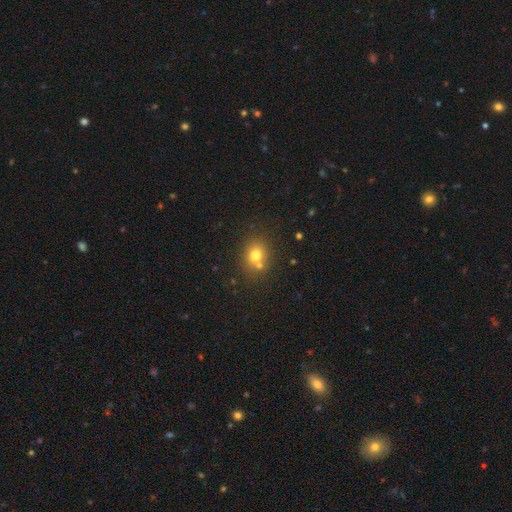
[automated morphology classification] type=smooth (74%); roundness=round (66%); merging=none (61%).